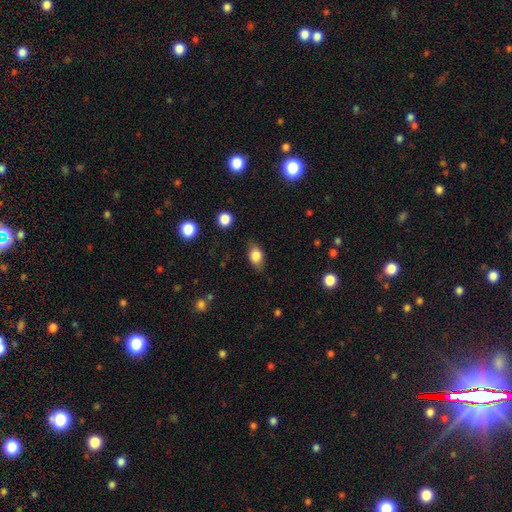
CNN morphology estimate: A smooth galaxy with no disk features (76%) that is in between round and cigar-shaped (79%).

Vote fractions:
- Smooth or featured? smooth: 76% / featured or disk: 16% / star or artifact: 8%
- How rounded? in between: 79% / round: 17% / cigar-shaped: 4%
- Merging? none: 76% / minor disturbance: 18% / major disturbance: 5% / merger: 1%